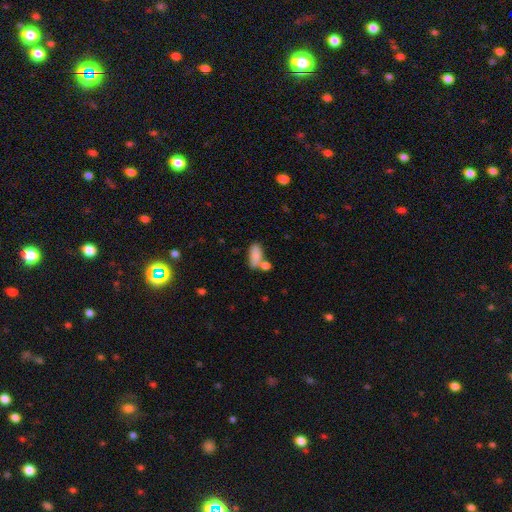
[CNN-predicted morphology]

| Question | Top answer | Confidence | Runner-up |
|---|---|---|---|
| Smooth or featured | smooth | 83% | featured or disk (9%) |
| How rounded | in between | 86% | cigar-shaped (10%) |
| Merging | none | 49% | merger (29%) |